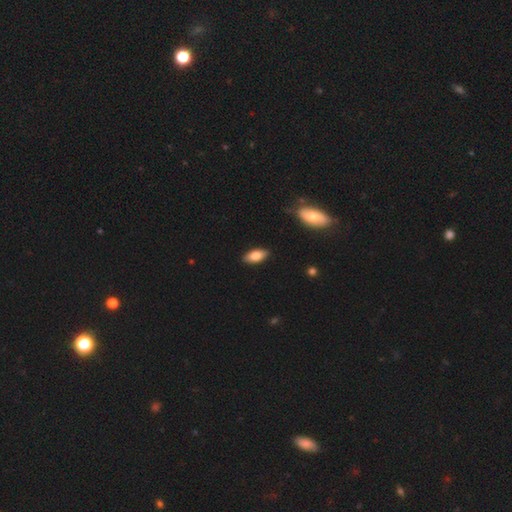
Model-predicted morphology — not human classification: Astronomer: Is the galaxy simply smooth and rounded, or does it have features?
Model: smooth — 80%.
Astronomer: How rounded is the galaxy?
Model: in between — 88%.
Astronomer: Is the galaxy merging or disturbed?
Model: none — 87%.